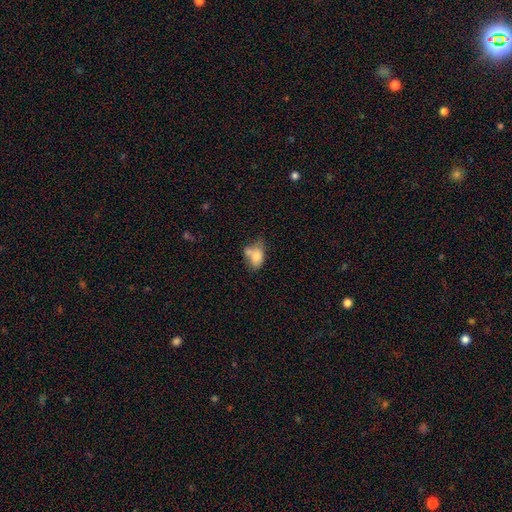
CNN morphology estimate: A smooth galaxy with no disk features (74%) that is in between round and cigar-shaped (83%).

Vote fractions:
- Smooth or featured? smooth: 74% / featured or disk: 17% / star or artifact: 9%
- How rounded? in between: 83% / round: 15% / cigar-shaped: 2%
- Merging? merger: 34% / none: 31% / minor disturbance: 23% / major disturbance: 12%